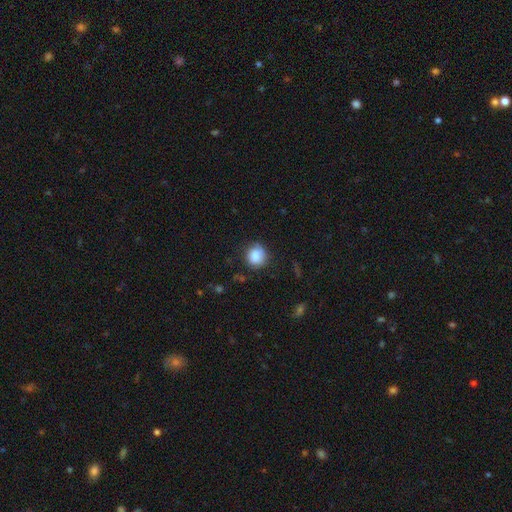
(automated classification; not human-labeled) smooth 85%, star or artifact 8%, featured or disk 7%. Down the decision tree: how rounded — round (87%); merging — none (75%).